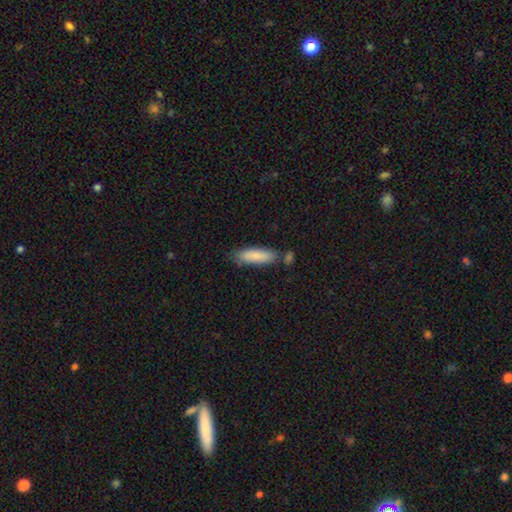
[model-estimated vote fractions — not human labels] Smooth or featured? smooth (84%)
How rounded? cigar-shaped (59%)
Merging? none (70%)